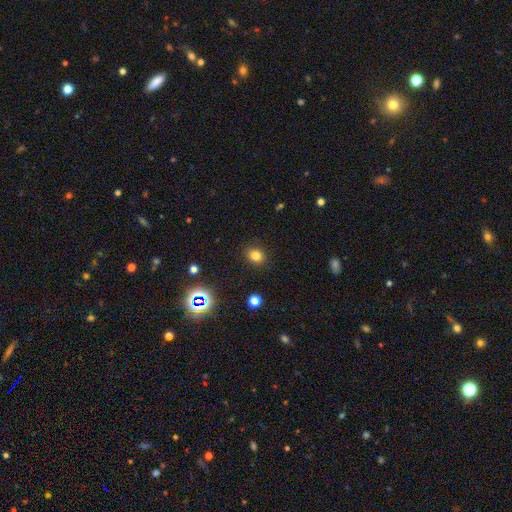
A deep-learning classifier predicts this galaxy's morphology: Smooth or featured: smooth — 78% (star or artifact — 16%)
How rounded: round — 72% (in between — 27%)
Merging: none — 88% (minor disturbance — 8%)